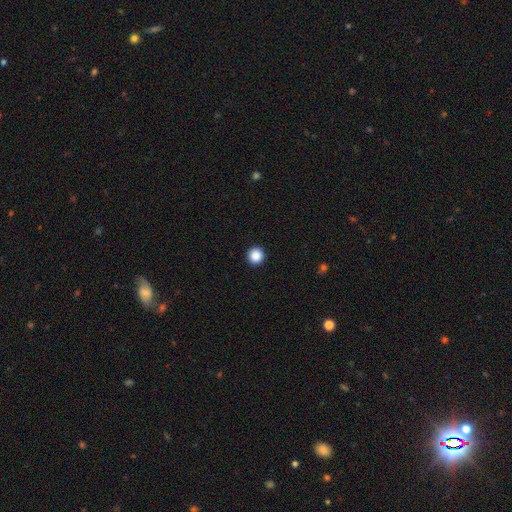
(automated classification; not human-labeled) Overall: smooth (88%). How rounded: round (95%). Merging: none (94%).